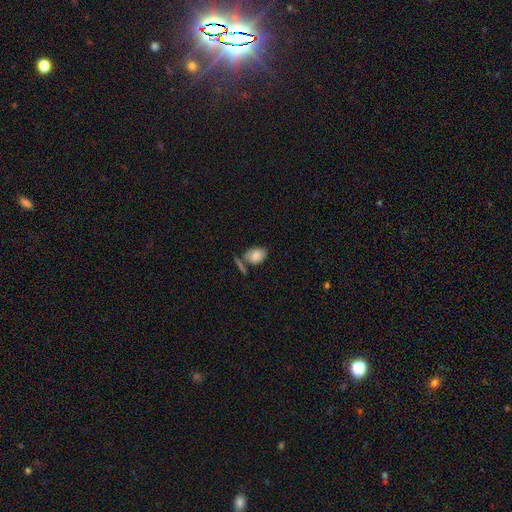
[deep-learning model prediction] Q: Smooth or featured?
A: smooth (81%); runner-up: featured or disk (11%)
Q: How rounded?
A: in between (85%); runner-up: round (13%)
Q: Merging?
A: none (53%); runner-up: minor disturbance (20%)